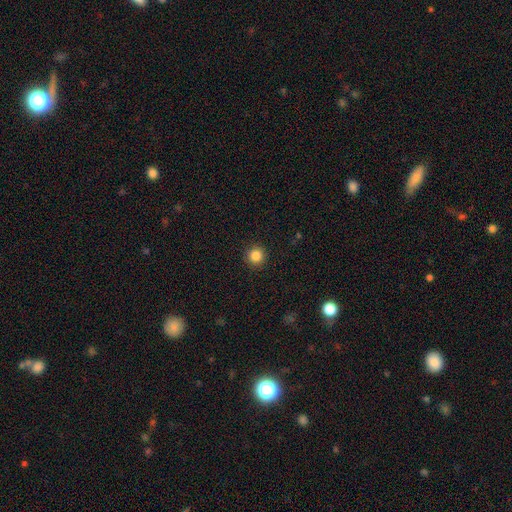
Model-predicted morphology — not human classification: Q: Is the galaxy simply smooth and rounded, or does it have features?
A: smooth — 85%.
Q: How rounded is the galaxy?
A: round — 95%.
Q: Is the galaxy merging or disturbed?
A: none — 92%.